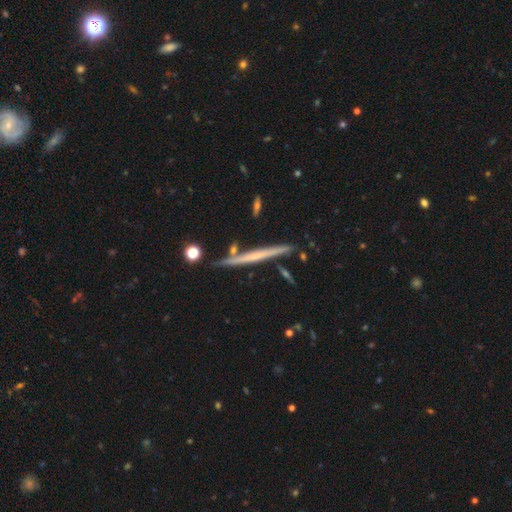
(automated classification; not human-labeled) A featured or disk galaxy (66%) viewed edge-on (97%) with no central bulge (74%). Merging: none (85%).